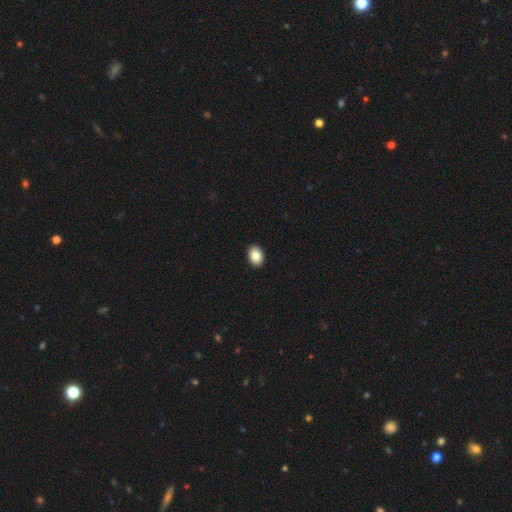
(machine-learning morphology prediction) Overall: smooth (86%). How rounded: in between (76%). Merging: none (92%).